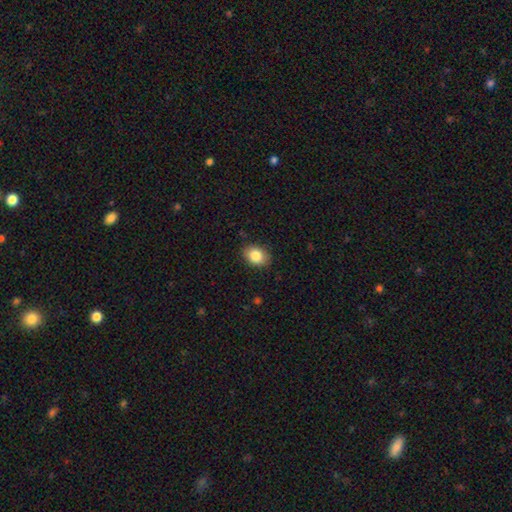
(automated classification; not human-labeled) The model was most divided on "how rounded": in between: 65%, round: 34%, cigar-shaped: 1%. More confident: merging — none (87%); smooth or featured — smooth (85%).